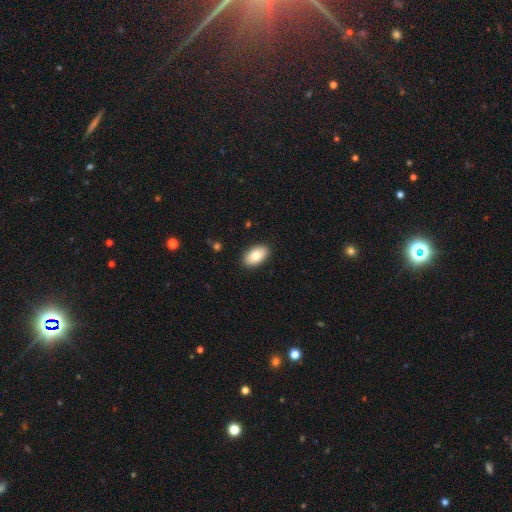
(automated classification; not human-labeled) smooth 83%, featured or disk 11%, star or artifact 6%. Down the decision tree: how rounded — in between (94%); merging — none (89%).